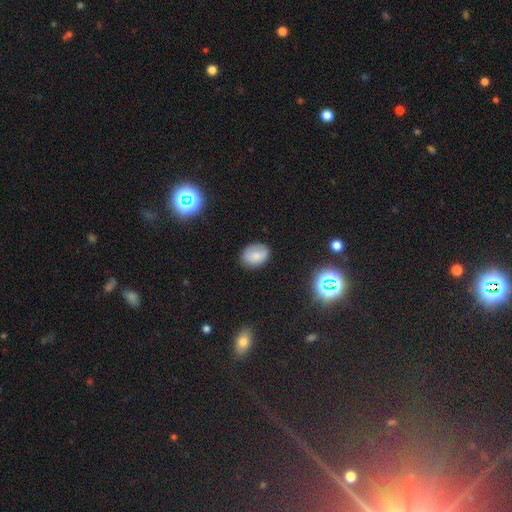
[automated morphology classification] type=smooth (77%); roundness=in between (69%); merging=none (79%).